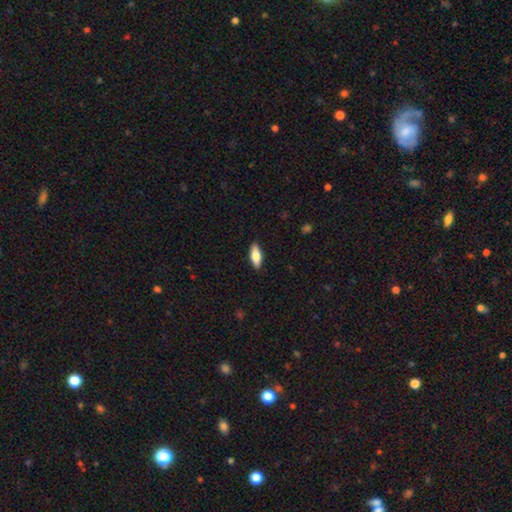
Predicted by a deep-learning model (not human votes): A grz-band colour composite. It shows a smooth galaxy with no disk features (72%) that is in between round and cigar-shaped (70%). Merging: none (89%).